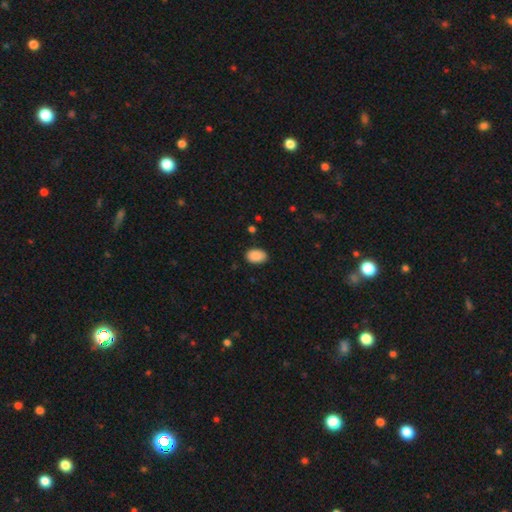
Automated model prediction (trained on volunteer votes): smooth_or_featured: smooth (p=0.90) [alt: star or artifact p=0.07]
how_rounded: in between (p=0.87) [alt: round p=0.12]
merging: none (p=0.86) [alt: minor disturbance p=0.11]